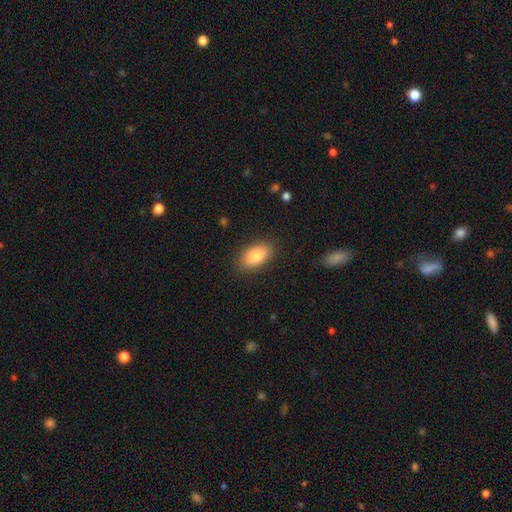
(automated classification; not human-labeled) A smooth galaxy with no disk features (83%) that is in between round and cigar-shaped (91%). Merging: none (86%).